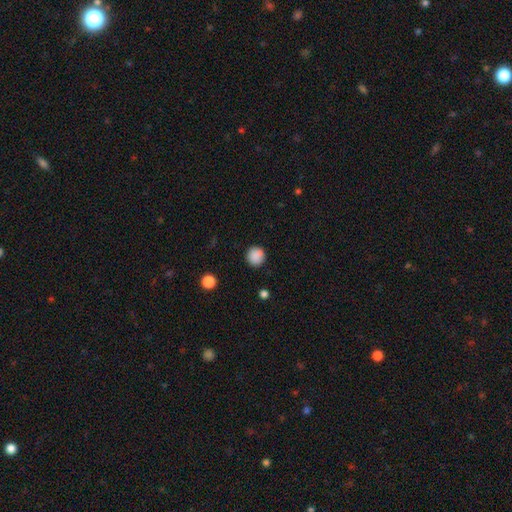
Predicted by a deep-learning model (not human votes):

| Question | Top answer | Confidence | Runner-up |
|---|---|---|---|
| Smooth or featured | smooth | 87% | star or artifact (9%) |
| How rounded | round | 93% | in between (6%) |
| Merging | none | 88% | minor disturbance (8%) |